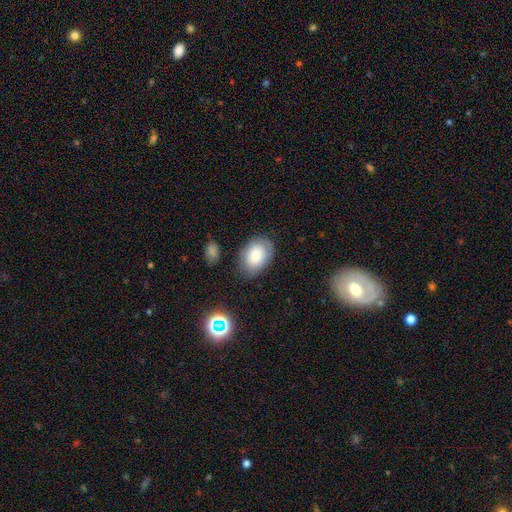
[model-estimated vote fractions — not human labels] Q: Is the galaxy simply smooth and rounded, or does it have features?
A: smooth — 78%.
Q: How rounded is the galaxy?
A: in between — 79%.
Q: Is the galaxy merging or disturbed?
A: none — 73%.